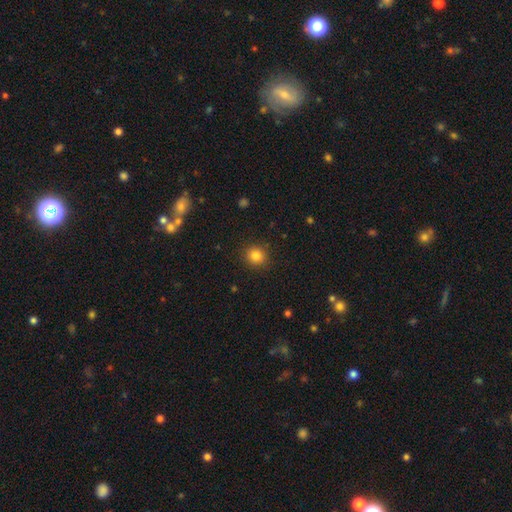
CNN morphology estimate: This is clearly a smooth galaxy (83%). How rounded: clearly round (86%). Merging: clearly none (90%).